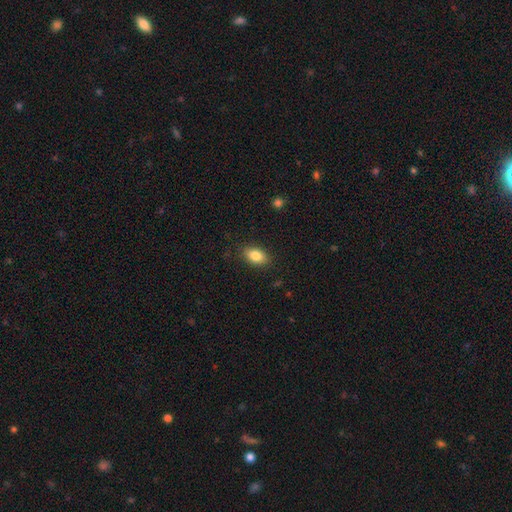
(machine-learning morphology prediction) type=smooth (84%); roundness=in between (88%); merging=none (87%).